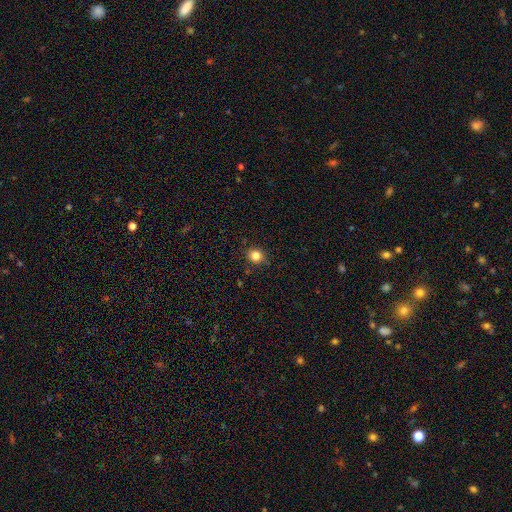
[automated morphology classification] Q: Smooth or featured?
A: smooth (83%); runner-up: star or artifact (12%)
Q: How rounded?
A: round (81%); runner-up: in between (18%)
Q: Merging?
A: none (86%); runner-up: minor disturbance (10%)